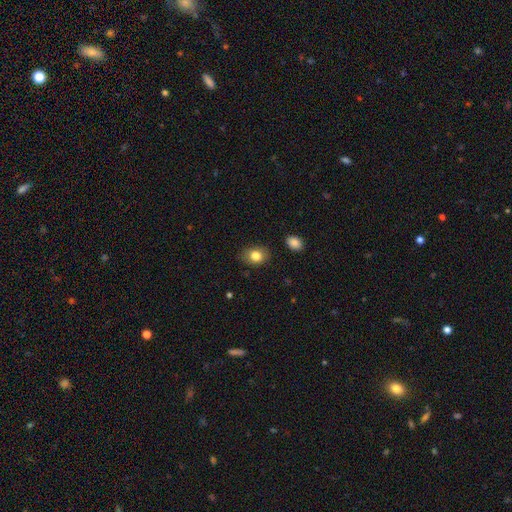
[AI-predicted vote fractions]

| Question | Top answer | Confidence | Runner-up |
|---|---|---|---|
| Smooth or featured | smooth | 82% | star or artifact (9%) |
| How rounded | in between | 61% | round (38%) |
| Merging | none | 83% | minor disturbance (13%) |